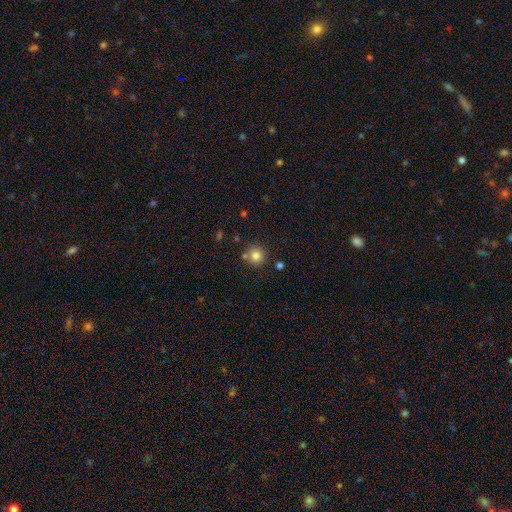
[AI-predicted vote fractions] Smooth or featured? Predicted: smooth (p=0.81). How rounded? Predicted: round (p=0.93). Merging? Predicted: none (p=0.77).